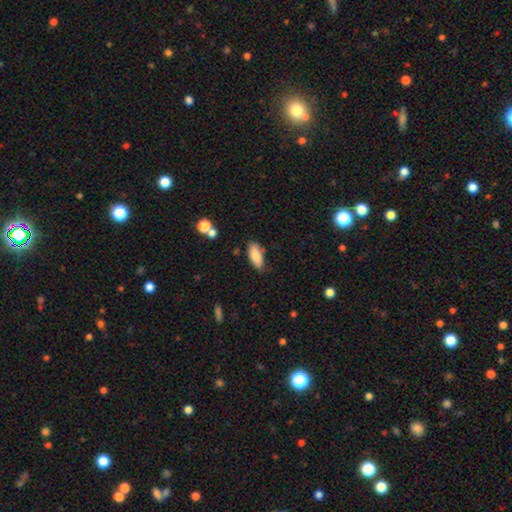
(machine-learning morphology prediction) smooth-or-featured: smooth: 84% | featured or disk: 9% | star or artifact: 7%
  how-rounded: in between: 85% | cigar-shaped: 13% | round: 2%
  merging: none: 71% | minor disturbance: 21% | major disturbance: 4% | merger: 3%